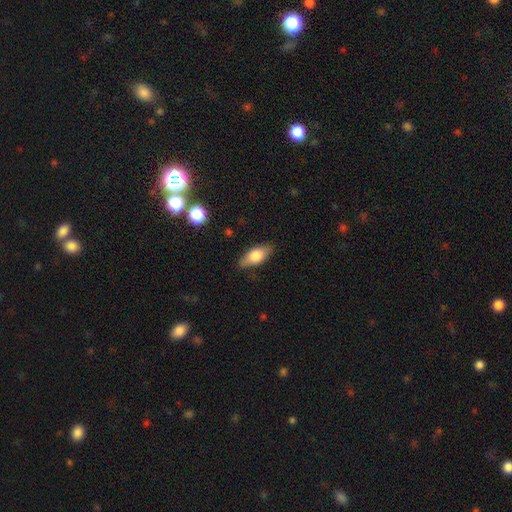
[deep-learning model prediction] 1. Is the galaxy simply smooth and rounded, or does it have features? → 71% smooth, 23% featured or disk, 7% star or artifact.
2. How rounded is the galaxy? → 83% in between, 14% cigar-shaped, 4% round.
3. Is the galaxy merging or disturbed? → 82% none, 14% minor disturbance, 3% major disturbance, 1% merger.